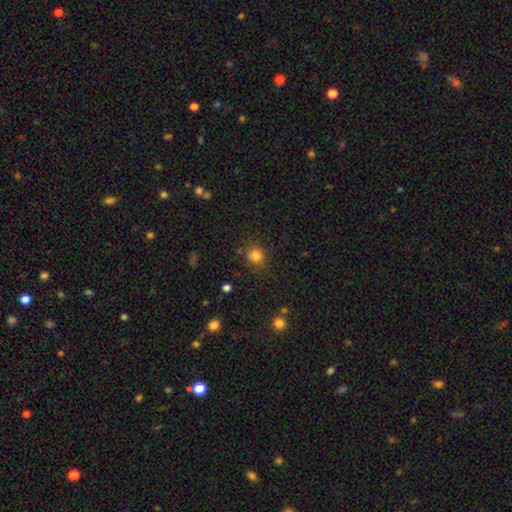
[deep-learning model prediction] Morphology: type=smooth (81%); roundness=round (85%); merging=none (79%).